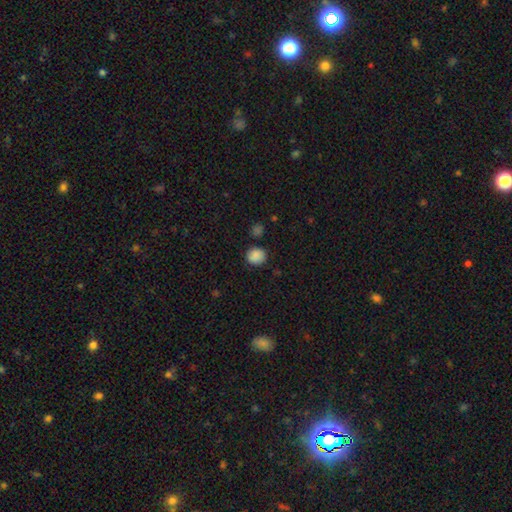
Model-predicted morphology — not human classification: A smooth galaxy with no disk features (87%) that is round (81%).

Vote fractions:
- Smooth or featured? smooth: 87% / star or artifact: 10% / featured or disk: 4%
- How rounded? round: 81% / in between: 18% / cigar-shaped: 1%
- Merging? none: 82% / minor disturbance: 12% / merger: 4% / major disturbance: 3%